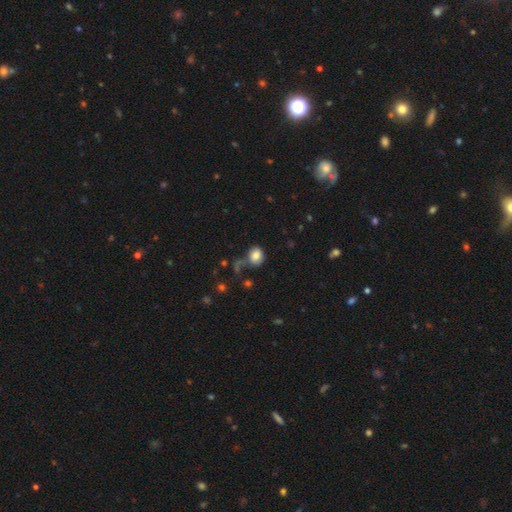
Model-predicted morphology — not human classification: The model was most divided on "how rounded": round: 55%, in between: 44%, cigar-shaped: 1%. More confident: smooth or featured — smooth (82%); merging — none (54%).